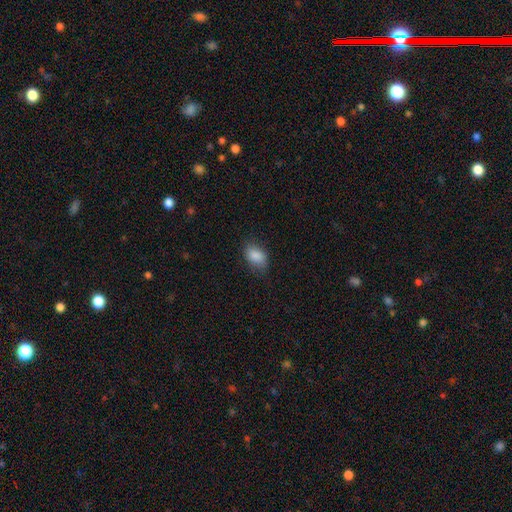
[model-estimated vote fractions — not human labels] Overall: smooth (87%). How rounded: in between (87%). Merging: none (76%).